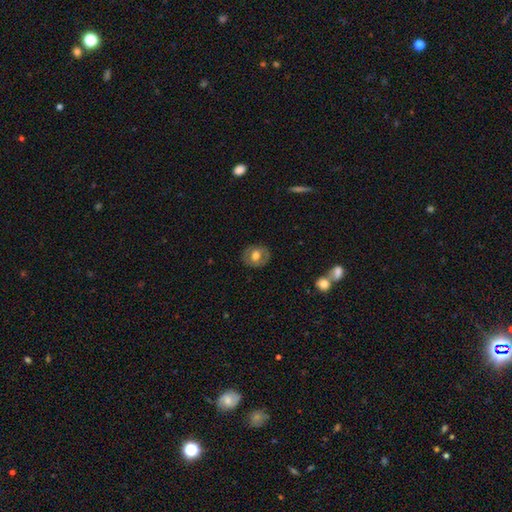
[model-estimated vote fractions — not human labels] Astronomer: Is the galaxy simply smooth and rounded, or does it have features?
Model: smooth — 55% (runner-up: featured or disk, 38%).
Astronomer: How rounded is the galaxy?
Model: round — 64%.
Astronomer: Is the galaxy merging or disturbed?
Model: none — 83%.